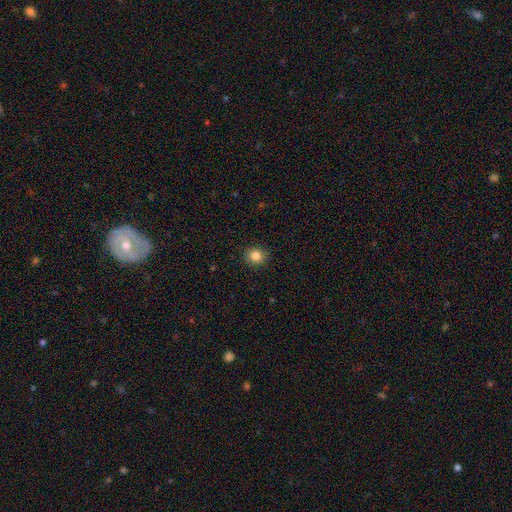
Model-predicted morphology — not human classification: A smooth galaxy with no disk features (84%) that is round (83%).

Vote fractions:
- Smooth or featured? smooth: 84% / star or artifact: 11% / featured or disk: 5%
- How rounded? round: 83% / in between: 16% / cigar-shaped: 1%
- Merging? none: 90% / minor disturbance: 7% / major disturbance: 2% / merger: 1%